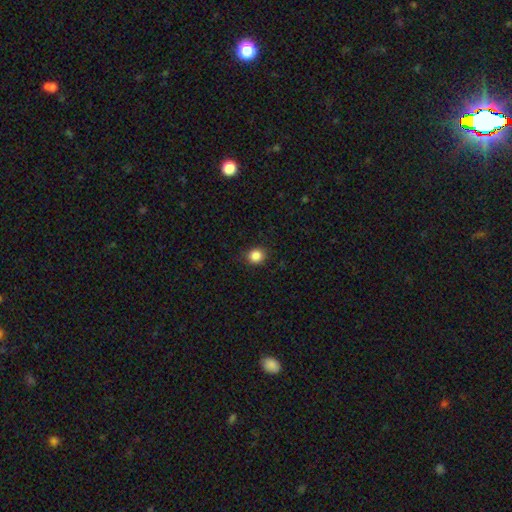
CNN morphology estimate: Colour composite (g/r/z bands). It shows a smooth galaxy with no disk features (86%) that is round (84%). Merging: none (88%).